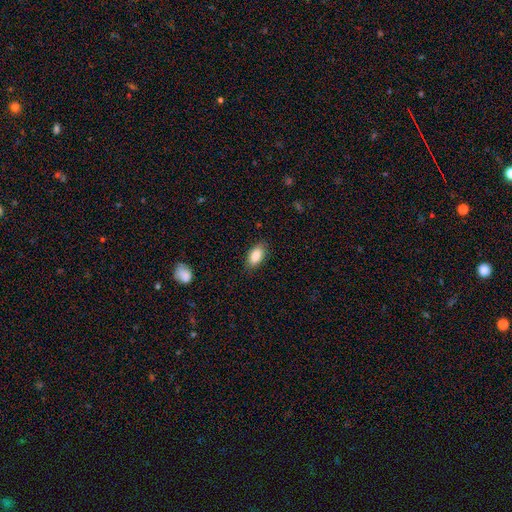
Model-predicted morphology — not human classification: This is clearly a smooth galaxy (86%). How rounded: clearly in between (91%). Merging: clearly none (85%).